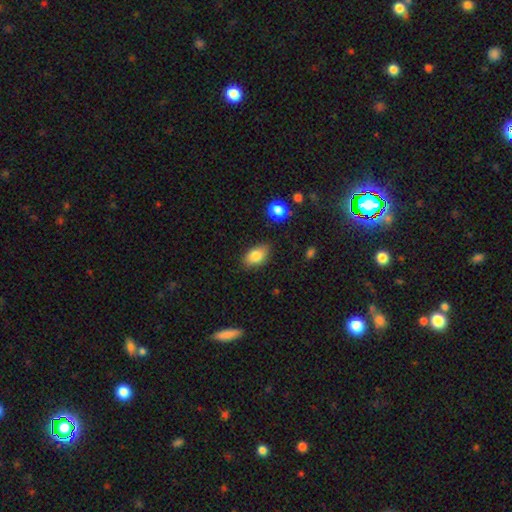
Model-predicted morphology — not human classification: Q: Smooth or featured?
A: smooth (84%); runner-up: featured or disk (8%)
Q: How rounded?
A: in between (88%); runner-up: round (10%)
Q: Merging?
A: none (80%); runner-up: minor disturbance (15%)